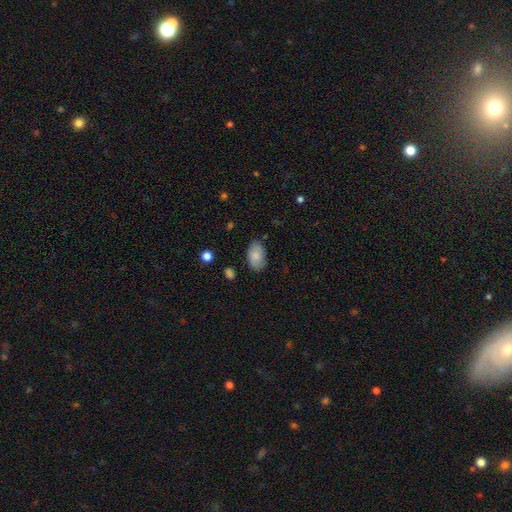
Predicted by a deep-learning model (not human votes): smooth-or-featured: smooth: 83% | featured or disk: 11% | star or artifact: 7%
  how-rounded: in between: 93% | round: 6% | cigar-shaped: 1%
  merging: none: 80% | minor disturbance: 15% | major disturbance: 3% | merger: 2%